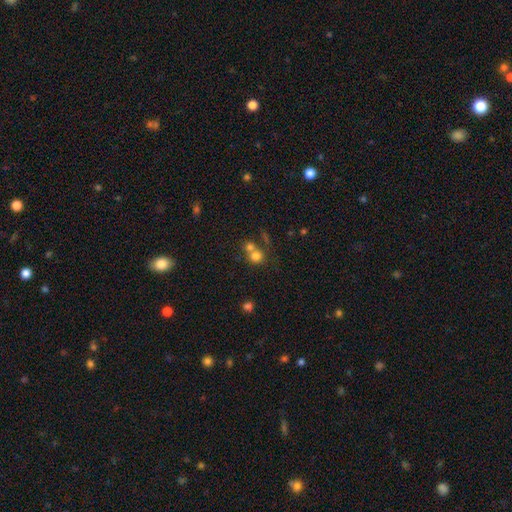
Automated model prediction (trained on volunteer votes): A smooth galaxy with no disk features (74%) that is round (84%). Merging: merger (49%).